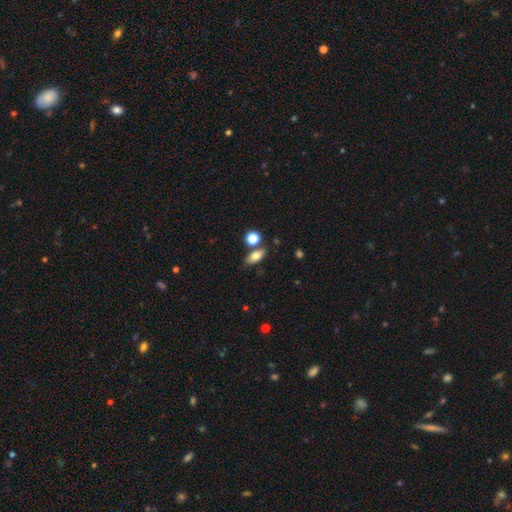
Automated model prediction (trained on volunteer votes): Q: Smooth or featured?
A: smooth (75%); runner-up: featured or disk (16%)
Q: How rounded?
A: in between (78%); runner-up: cigar-shaped (12%)
Q: Merging?
A: none (73%); runner-up: merger (13%)